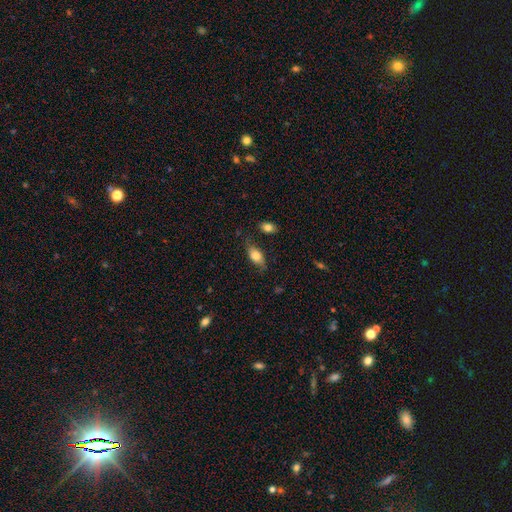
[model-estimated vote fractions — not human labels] A smooth galaxy with no disk features (70%) that is in between round and cigar-shaped (83%).

Vote fractions:
- Smooth or featured? smooth: 70% / featured or disk: 23% / star or artifact: 7%
- How rounded? in between: 83% / cigar-shaped: 11% / round: 6%
- Merging? none: 70% / minor disturbance: 22% / major disturbance: 5% / merger: 3%